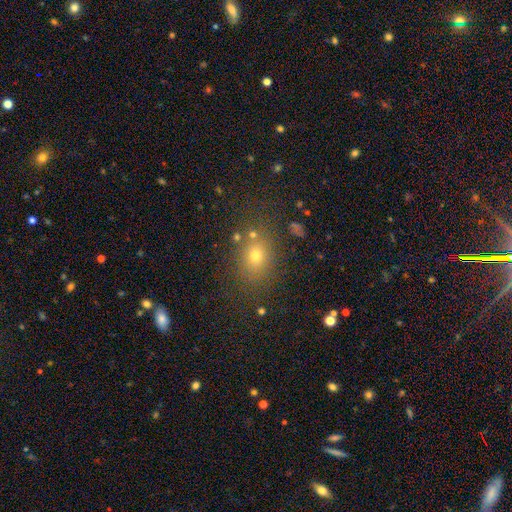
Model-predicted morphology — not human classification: smooth-or-featured: smooth: 70% | star or artifact: 19% | featured or disk: 11%
  how-rounded: in between: 57% | round: 42% | cigar-shaped: 2%
  merging: none: 77% | minor disturbance: 12% | merger: 6% | major disturbance: 5%